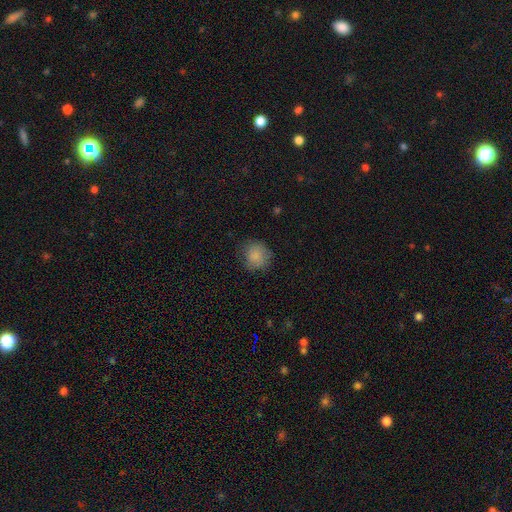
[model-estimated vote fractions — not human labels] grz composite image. It shows a smooth galaxy with no disk features (85%) that is round (86%). Merging: none (75%).